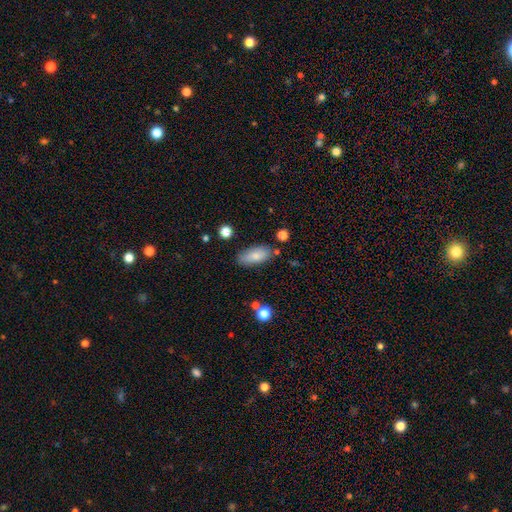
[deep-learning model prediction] This is clearly a smooth galaxy (82%). How rounded: clearly in between (86%). Merging: likely none (77%).